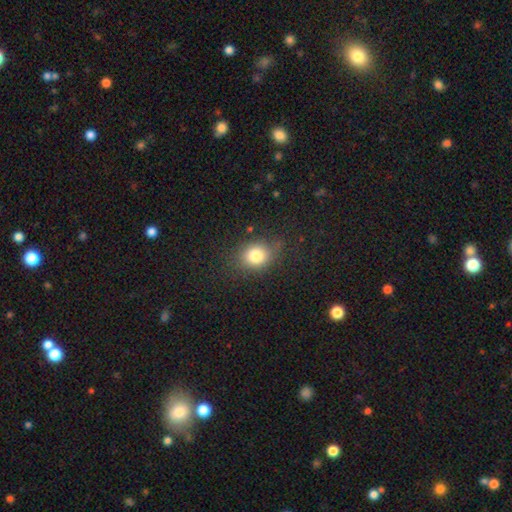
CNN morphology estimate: type=smooth (80%); roundness=round (57%); merging=none (75%).